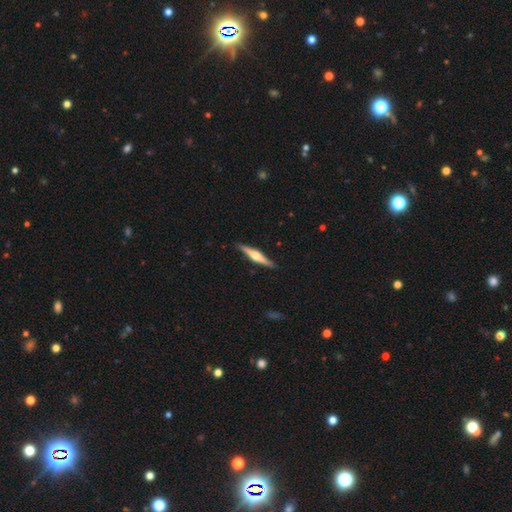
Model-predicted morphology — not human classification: type=featured or disk (69%); edge-on=yes (97%); edge-on bulge=rounded (92%); merging=none (90%).